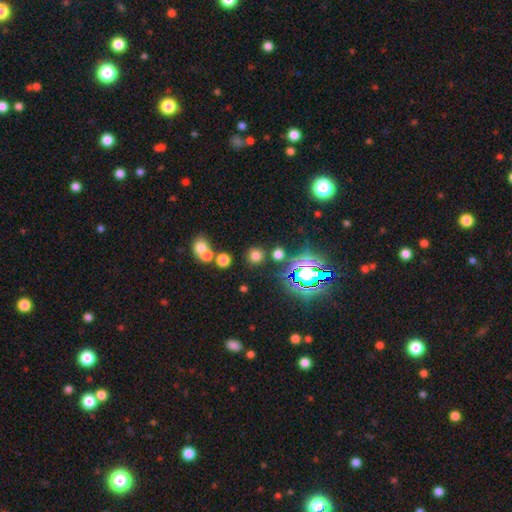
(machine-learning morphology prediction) A smooth galaxy with no disk features (67%) that is round (91%).

Vote fractions:
- Smooth or featured? smooth: 67% / star or artifact: 26% / featured or disk: 7%
- How rounded? round: 91% / in between: 8% / cigar-shaped: 1%
- Merging? none: 82% / merger: 8% / minor disturbance: 7% / major disturbance: 3%